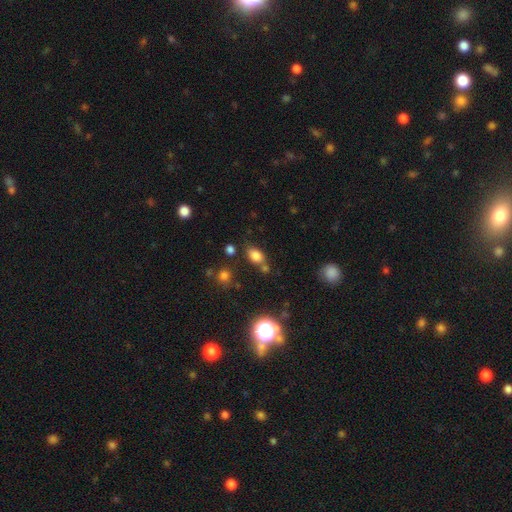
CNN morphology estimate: This appears to be a smooth galaxy with no disk features (78%) that is in between round and cigar-shaped (82%). Merging: none (62%).